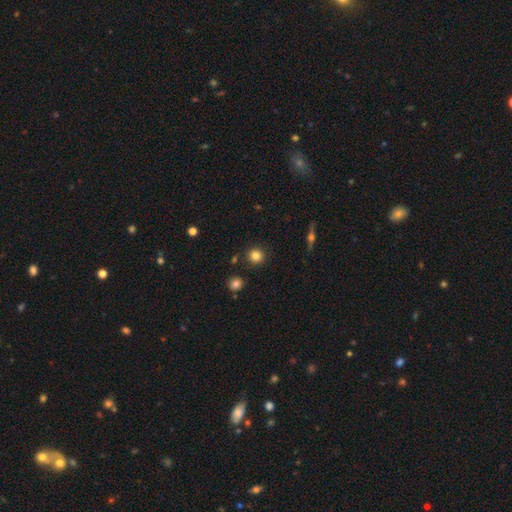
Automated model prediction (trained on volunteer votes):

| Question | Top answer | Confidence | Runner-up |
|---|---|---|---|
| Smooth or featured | smooth | 83% | star or artifact (11%) |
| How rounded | round | 92% | in between (7%) |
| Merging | none | 89% | minor disturbance (6%) |